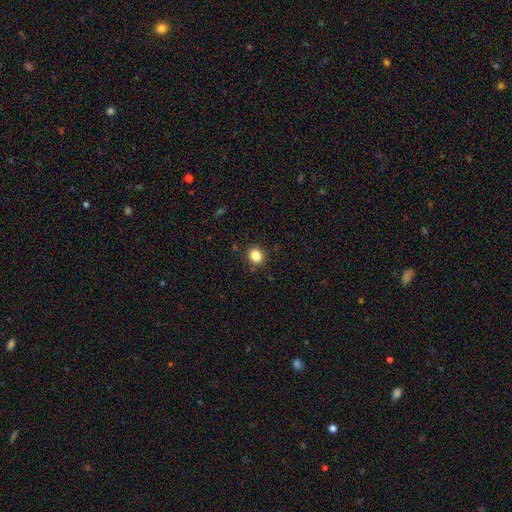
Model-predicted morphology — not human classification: Overall: smooth (84%). How rounded: round (81%). Merging: none (90%).